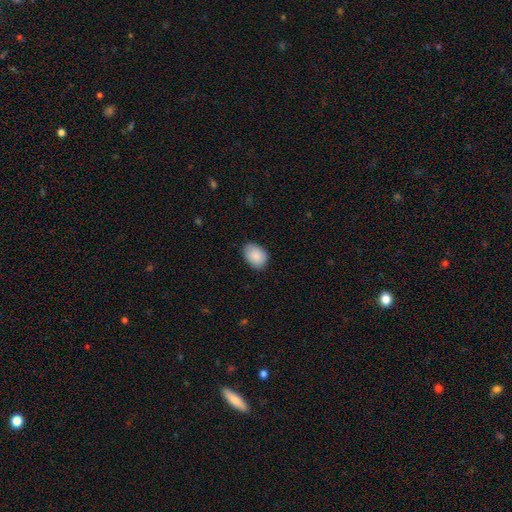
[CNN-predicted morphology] A smooth galaxy with no disk features (88%) that is in between round and cigar-shaped (78%).

Vote fractions:
- Smooth or featured? smooth: 88% / star or artifact: 6% / featured or disk: 5%
- How rounded? in between: 78% / round: 21% / cigar-shaped: 1%
- Merging? none: 80% / minor disturbance: 17% / major disturbance: 3% / merger: 1%